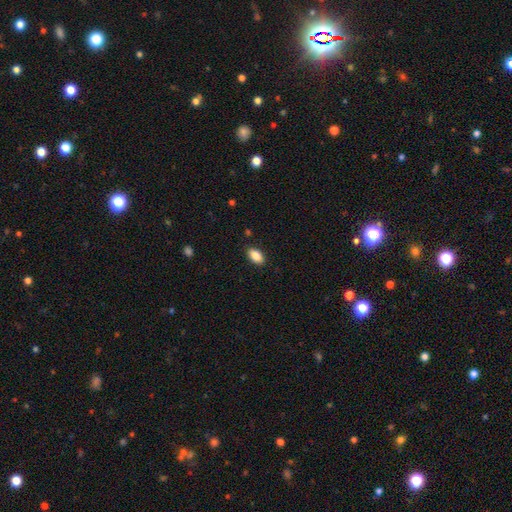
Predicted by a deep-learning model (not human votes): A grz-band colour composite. It shows a smooth galaxy with no disk features (87%) that is in between round and cigar-shaped (93%). Merging: none (88%).